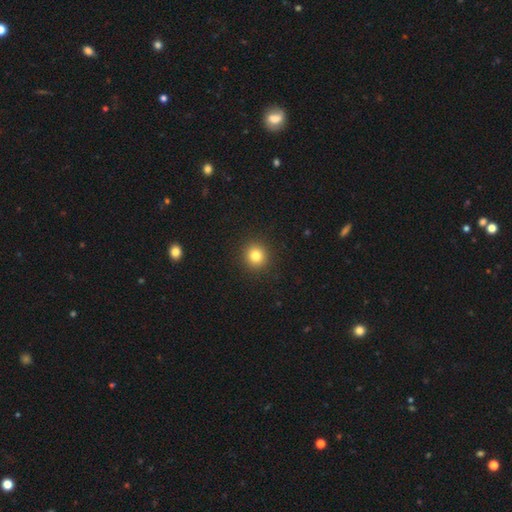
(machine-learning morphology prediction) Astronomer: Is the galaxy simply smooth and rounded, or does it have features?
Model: smooth — 81%.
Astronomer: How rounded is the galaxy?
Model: round — 93%.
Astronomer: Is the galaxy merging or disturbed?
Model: none — 92%.